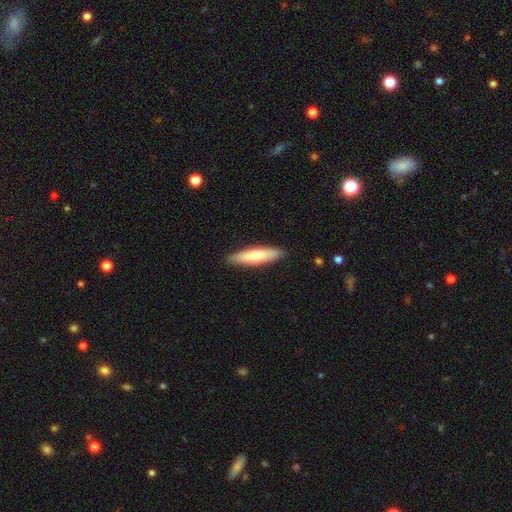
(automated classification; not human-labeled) smooth 75%, featured or disk 20%, star or artifact 5%. Down the decision tree: how rounded — cigar-shaped (76%); merging — none (89%).